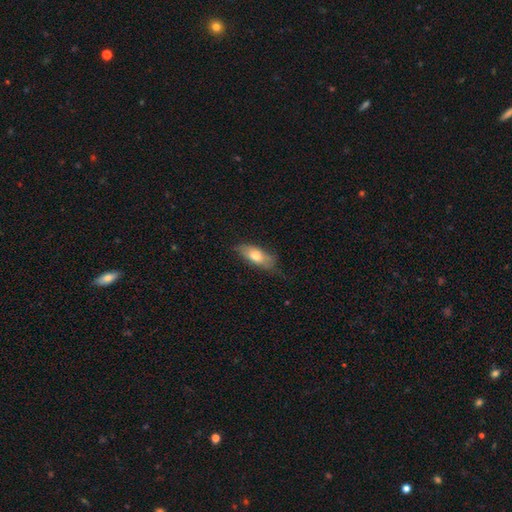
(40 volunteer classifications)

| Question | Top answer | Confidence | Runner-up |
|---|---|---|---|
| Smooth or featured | smooth | 78% | featured or disk (18%) |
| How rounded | in between | 84% | cigar-shaped (16%) |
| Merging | none | 58% | minor disturbance (26%) |